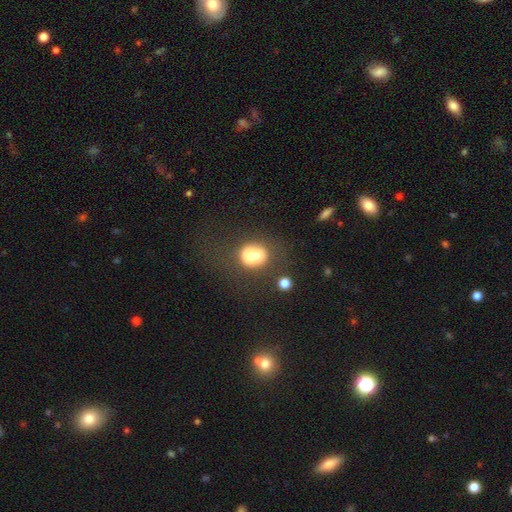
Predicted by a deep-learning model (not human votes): A smooth galaxy with no disk features (71%) that is round (60%).

Vote fractions:
- Smooth or featured? smooth: 71% / featured or disk: 19% / star or artifact: 10%
- How rounded? round: 60% / in between: 39% / cigar-shaped: 1%
- Merging? none: 51% / minor disturbance: 20% / major disturbance: 15% / merger: 14%